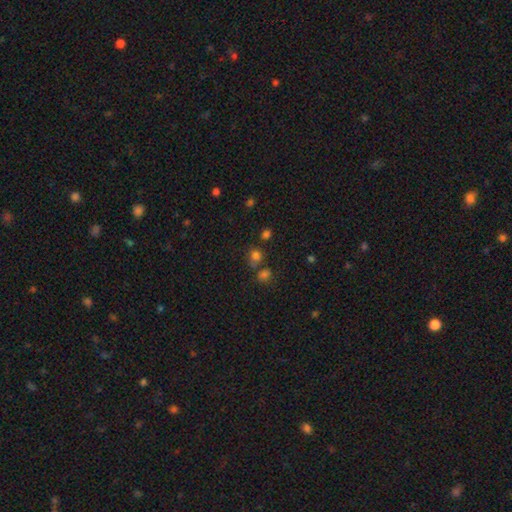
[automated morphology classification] Smooth or featured: smooth — 71% (star or artifact — 22%)
How rounded: round — 78% (in between — 21%)
Merging: none — 62% (merger — 21%)